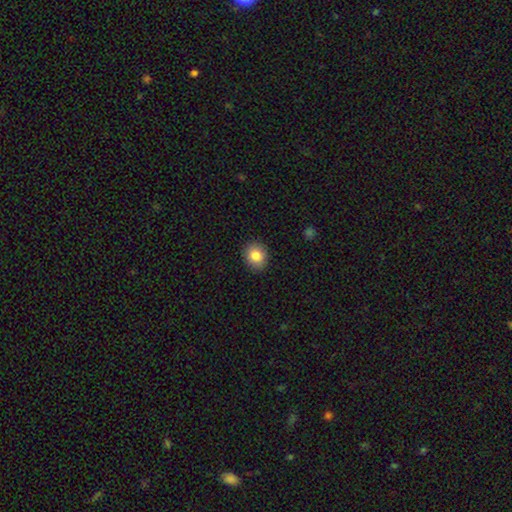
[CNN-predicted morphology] A smooth galaxy with no disk features (84%) that is round (68%).

Vote fractions:
- Smooth or featured? smooth: 84% / star or artifact: 9% / featured or disk: 7%
- How rounded? round: 68% / in between: 31% / cigar-shaped: 1%
- Merging? none: 89% / minor disturbance: 8% / major disturbance: 2% / merger: 1%